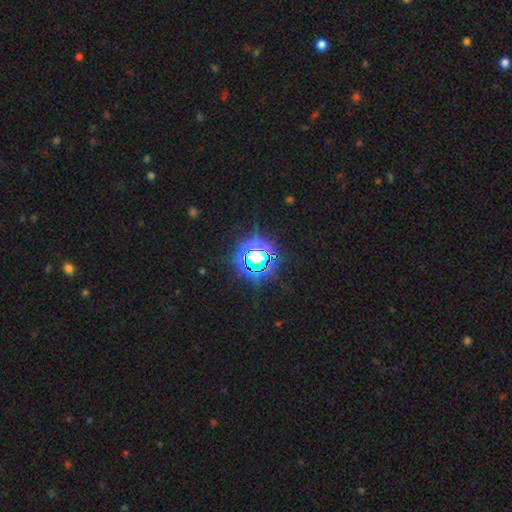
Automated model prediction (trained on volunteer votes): This appears to be a star or artifact, not a galaxy (75%).